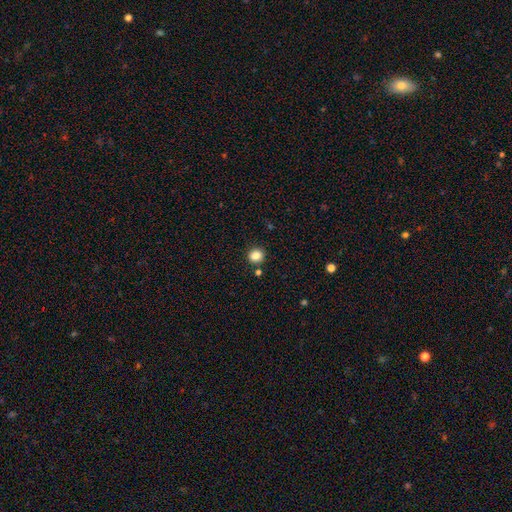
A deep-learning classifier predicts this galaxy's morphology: Smooth or featured? smooth (84%)
How rounded? round (87%)
Merging? none (87%)